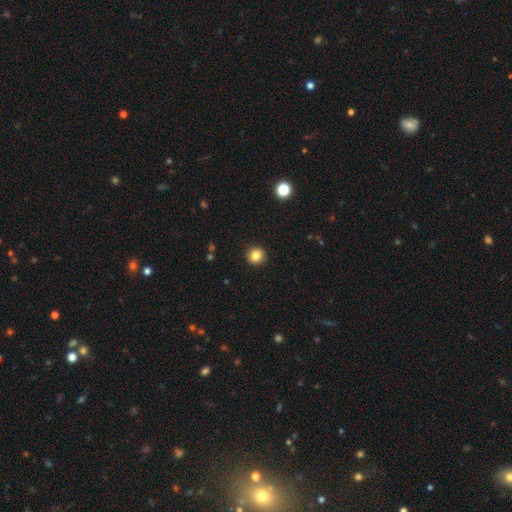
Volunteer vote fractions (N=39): Volunteers were most divided on "smooth or featured": smooth: 85%, featured or disk: 8%, star or artifact: 8%. More confident: merging — none (92%); how rounded — round (88%).